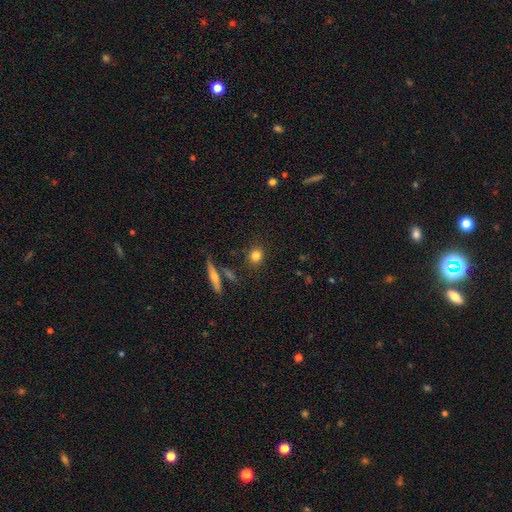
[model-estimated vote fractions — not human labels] The model was most divided on "how rounded": round: 81%, in between: 16%, cigar-shaped: 3%. More confident: merging — none (85%); smooth or featured — smooth (81%).